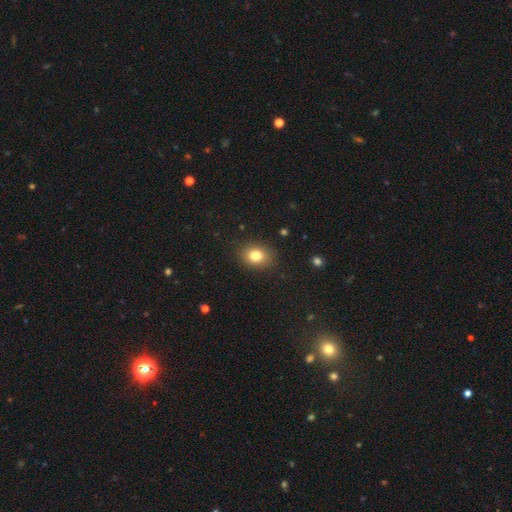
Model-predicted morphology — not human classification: type=smooth (80%); roundness=in between (52%); merging=none (87%).